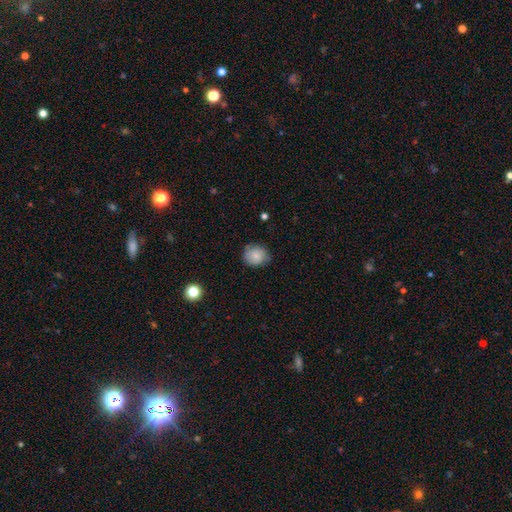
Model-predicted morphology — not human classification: A smooth galaxy with no disk features (75%) that is round (76%). Merging: none (74%).